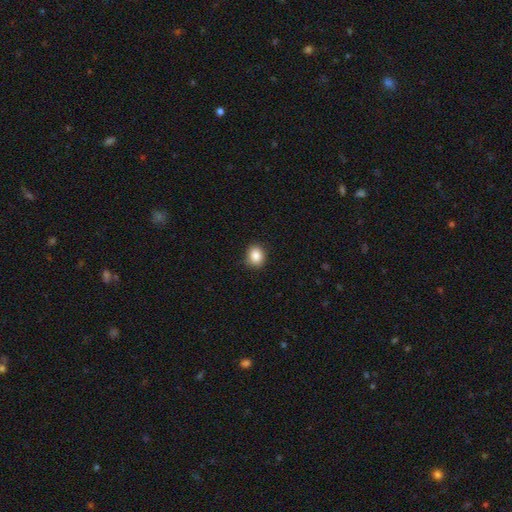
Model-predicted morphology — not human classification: Smooth or featured? smooth (87%)
How rounded? round (64%)
Merging? none (85%)